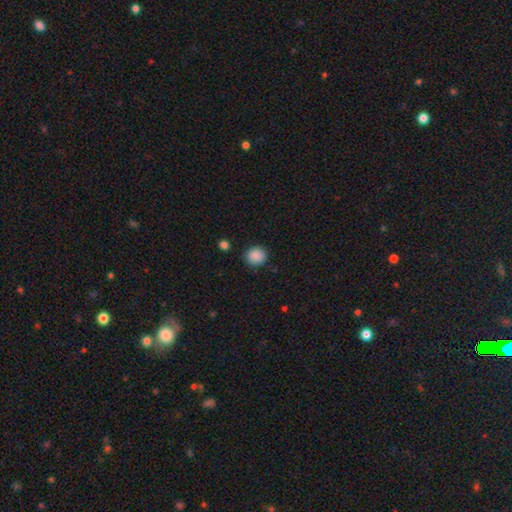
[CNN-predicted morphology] A smooth galaxy with no disk features (88%) that is round (83%).

Vote fractions:
- Smooth or featured? smooth: 88% / star or artifact: 9% / featured or disk: 3%
- How rounded? round: 83% / in between: 16% / cigar-shaped: 1%
- Merging? none: 87% / minor disturbance: 9% / major disturbance: 2% / merger: 2%